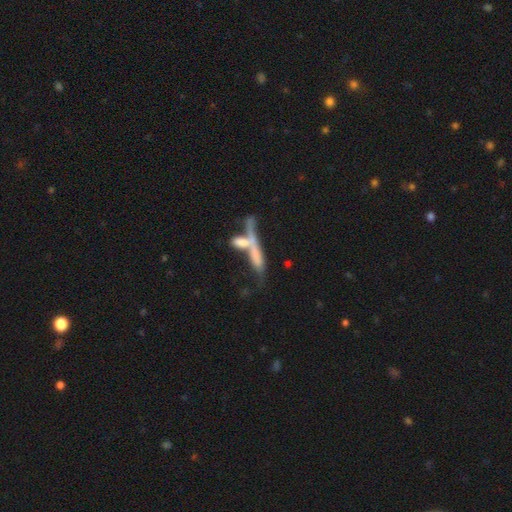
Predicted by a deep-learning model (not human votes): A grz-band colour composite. It shows a smooth galaxy with no disk features (58%) that is cigar-shaped (75%). Merging: merger (57%).